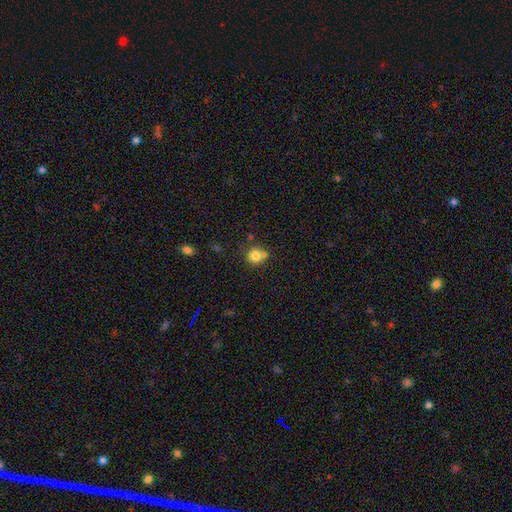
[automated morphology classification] Smooth or featured?
  - smooth: 79% *
  - star or artifact: 12%
  - featured or disk: 10%
How rounded?
  - round: 89% *
  - in between: 10%
  - cigar-shaped: 1%
Merging?
  - none: 59% *
  - merger: 26%
  - minor disturbance: 11%
  - major disturbance: 4%